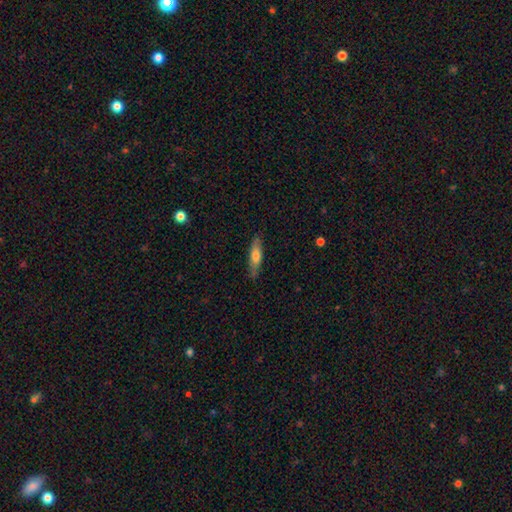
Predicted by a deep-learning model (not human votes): The model was most divided on "how rounded": cigar-shaped: 61%, in between: 37%, round: 2%. More confident: merging — none (81%); smooth or featured — smooth (66%).